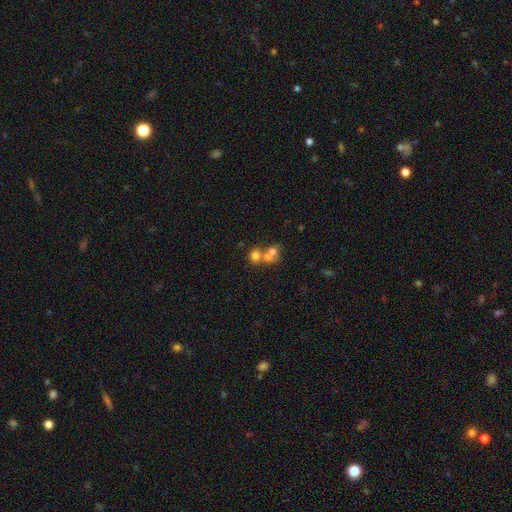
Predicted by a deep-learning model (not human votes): Q: Smooth or featured?
A: smooth (68%); runner-up: featured or disk (18%)
Q: How rounded?
A: round (77%); runner-up: in between (22%)
Q: Merging?
A: merger (59%); runner-up: none (31%)